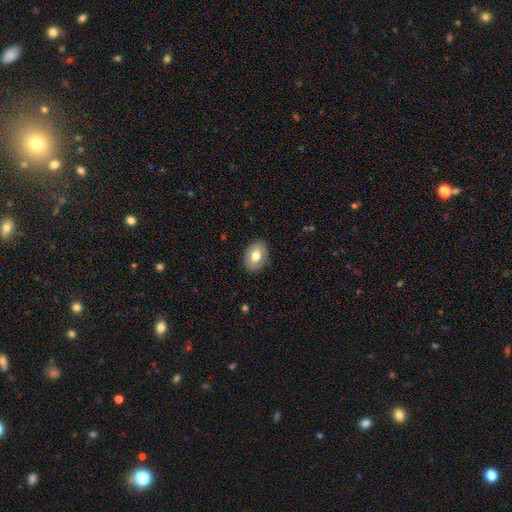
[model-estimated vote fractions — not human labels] Q: Smooth or featured?
A: smooth (76%); runner-up: featured or disk (17%)
Q: How rounded?
A: in between (80%); runner-up: round (19%)
Q: Merging?
A: none (86%); runner-up: minor disturbance (10%)